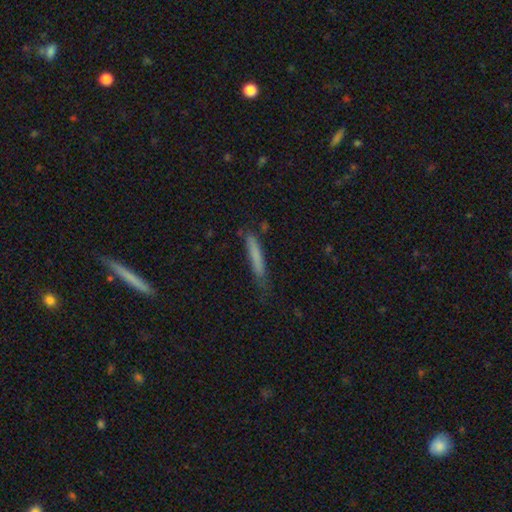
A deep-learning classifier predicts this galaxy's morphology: Smooth or featured? smooth (73%)
How rounded? cigar-shaped (94%)
Merging? none (68%)